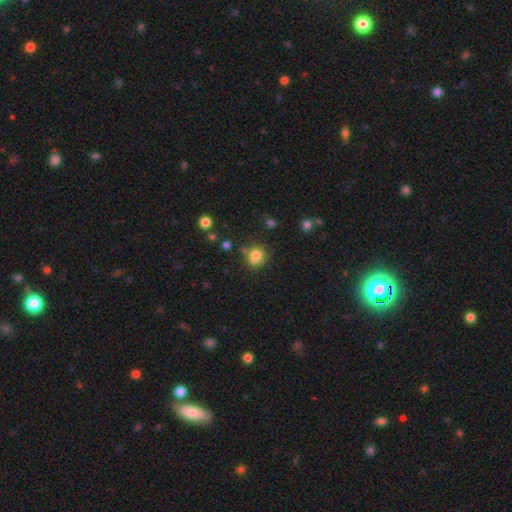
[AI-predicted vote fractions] Overall: smooth (78%). How rounded: round (75%). Merging: none (64%).